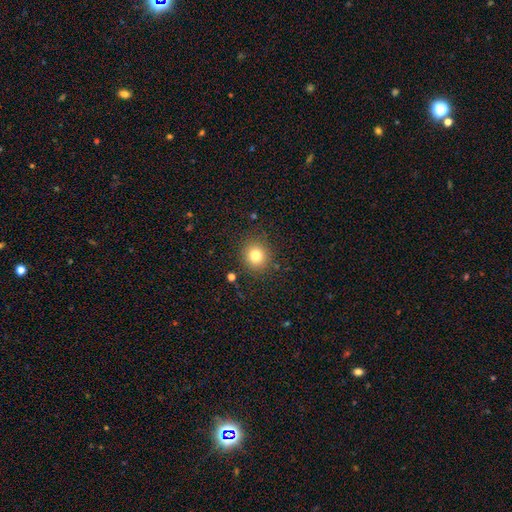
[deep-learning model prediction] The model was most divided on "smooth or featured": smooth: 79%, star or artifact: 13%, featured or disk: 8%. More confident: how rounded — round (90%); merging — none (87%).